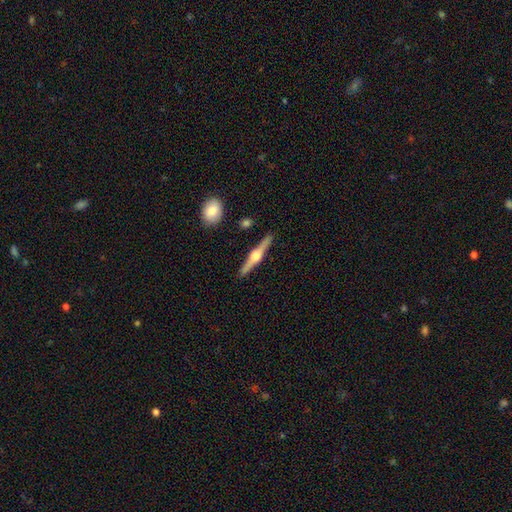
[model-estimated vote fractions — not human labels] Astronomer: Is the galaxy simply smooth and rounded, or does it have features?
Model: featured or disk — 79%.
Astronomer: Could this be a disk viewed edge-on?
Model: yes — 98%.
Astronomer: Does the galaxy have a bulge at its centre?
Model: rounded — 94%.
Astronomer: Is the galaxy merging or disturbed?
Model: none — 90%.